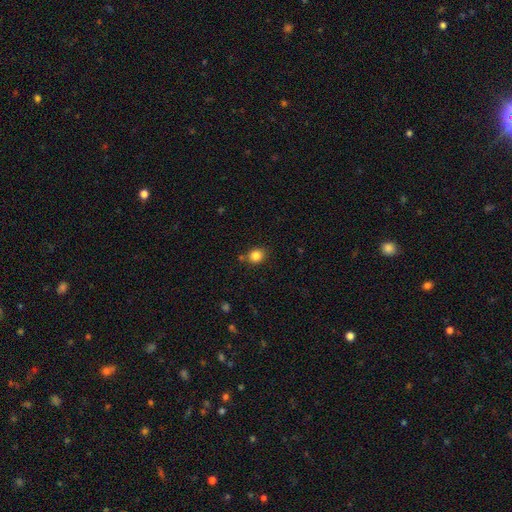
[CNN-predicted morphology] Overall: smooth (84%). How rounded: round (75%). Merging: none (79%).